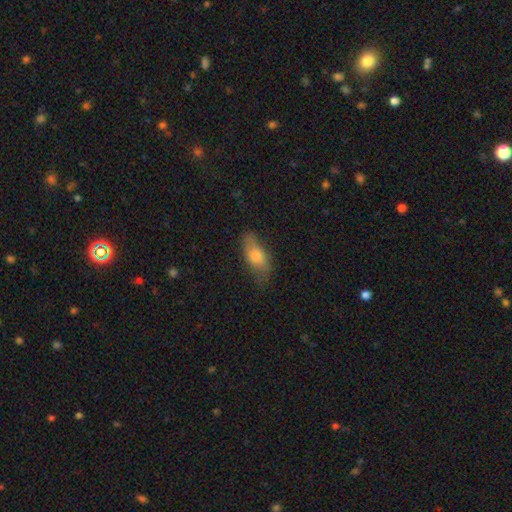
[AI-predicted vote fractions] Smooth or featured? Predicted: smooth (p=0.66). How rounded? Predicted: in between (p=0.74). Merging? Predicted: none (p=0.67).